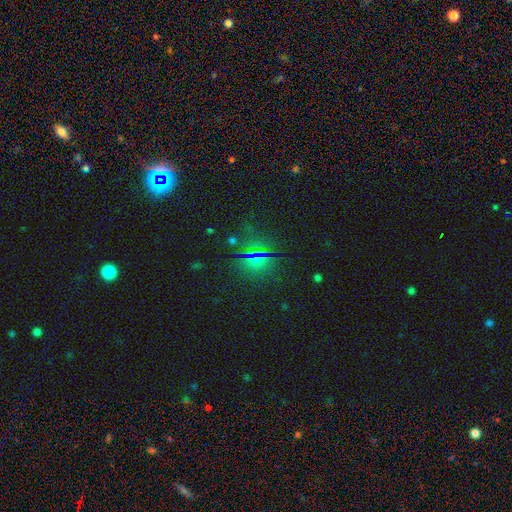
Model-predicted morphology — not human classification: A star or artifact, not a galaxy (48%).